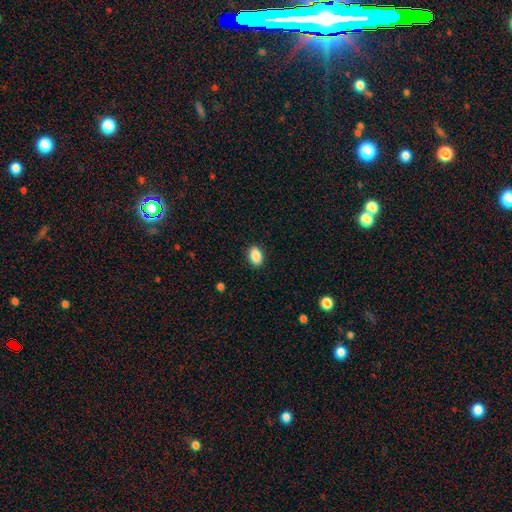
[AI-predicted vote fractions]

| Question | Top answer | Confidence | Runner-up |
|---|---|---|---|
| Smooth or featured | smooth | 88% | star or artifact (8%) |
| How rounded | in between | 84% | round (14%) |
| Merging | none | 89% | minor disturbance (8%) |